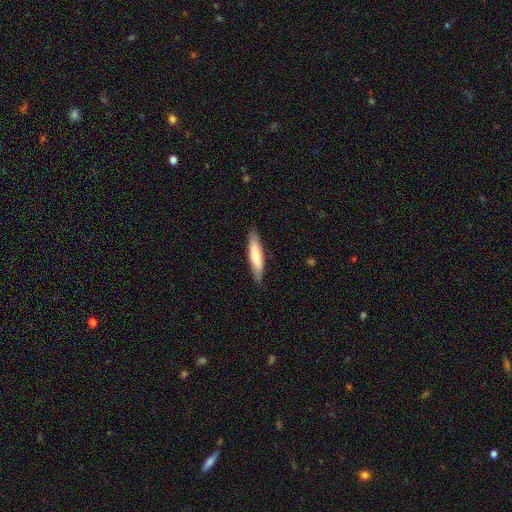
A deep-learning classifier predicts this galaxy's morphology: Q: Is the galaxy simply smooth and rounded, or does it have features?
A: smooth — 73%.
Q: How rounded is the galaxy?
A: cigar-shaped — 79%.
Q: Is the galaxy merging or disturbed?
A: none — 86%.